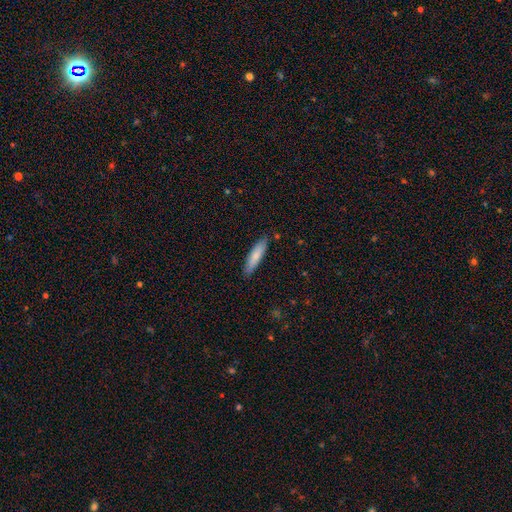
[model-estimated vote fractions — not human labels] Smooth or featured?
  - smooth: 77% *
  - featured or disk: 17%
  - star or artifact: 5%
How rounded?
  - cigar-shaped: 74% *
  - in between: 25%
  - round: 1%
Merging?
  - none: 86% *
  - minor disturbance: 11%
  - major disturbance: 2%
  - merger: 1%